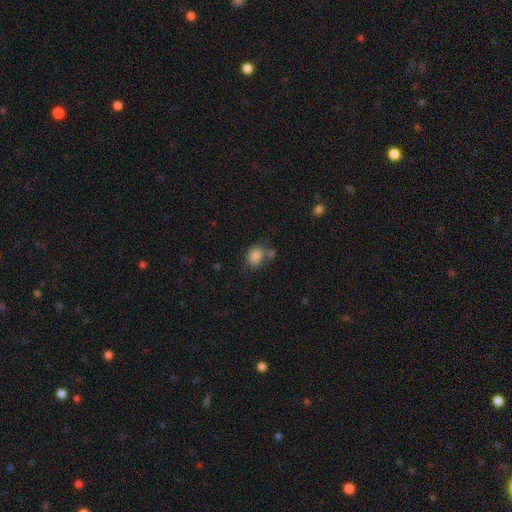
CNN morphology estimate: type=smooth (85%); roundness=in between (56%); merging=none (56%).